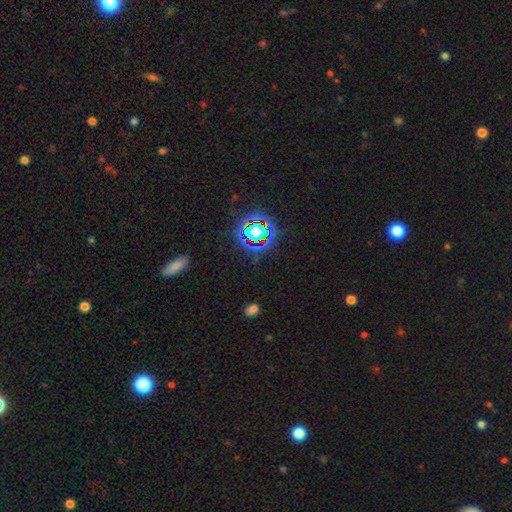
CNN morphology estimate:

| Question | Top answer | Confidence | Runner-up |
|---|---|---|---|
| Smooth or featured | star or artifact | 62% | smooth (26%) |